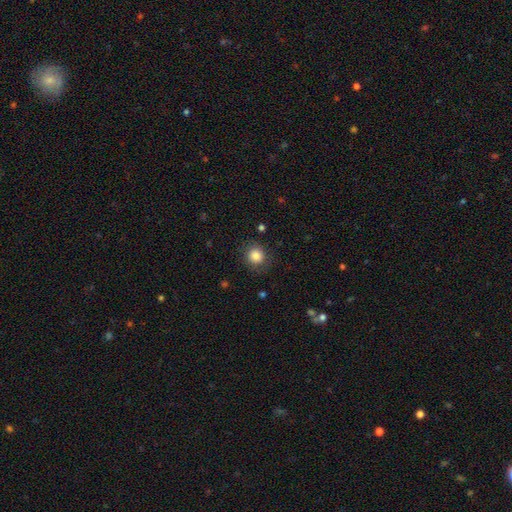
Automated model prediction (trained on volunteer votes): Morphology: type=smooth (85%); roundness=round (89%); merging=none (84%).